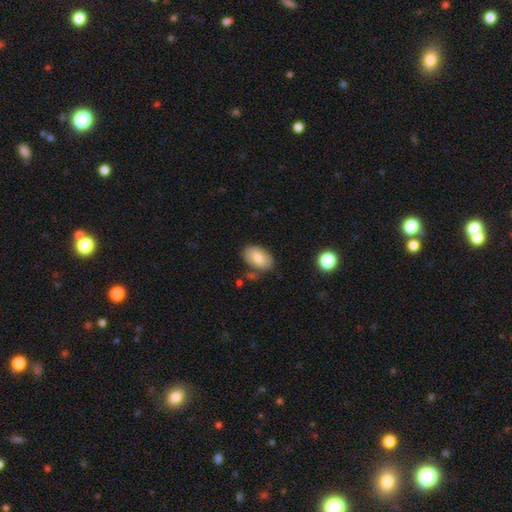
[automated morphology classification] type=smooth (76%); roundness=in between (92%); merging=none (78%).